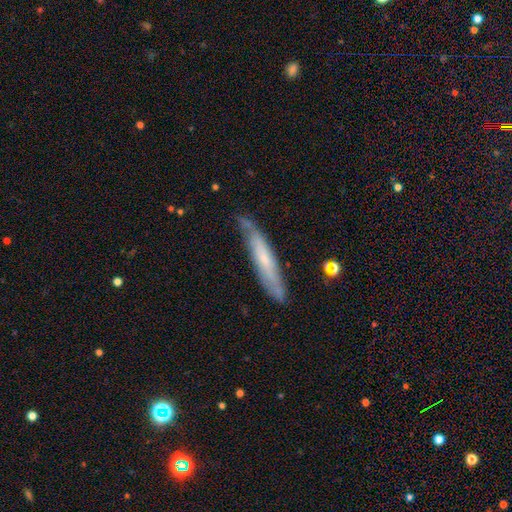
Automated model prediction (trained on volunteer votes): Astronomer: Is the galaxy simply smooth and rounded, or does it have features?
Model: featured or disk — 53% (runner-up: smooth, 39%).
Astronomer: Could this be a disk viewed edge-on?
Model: yes — 69%.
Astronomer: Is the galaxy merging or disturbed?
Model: none — 73%.